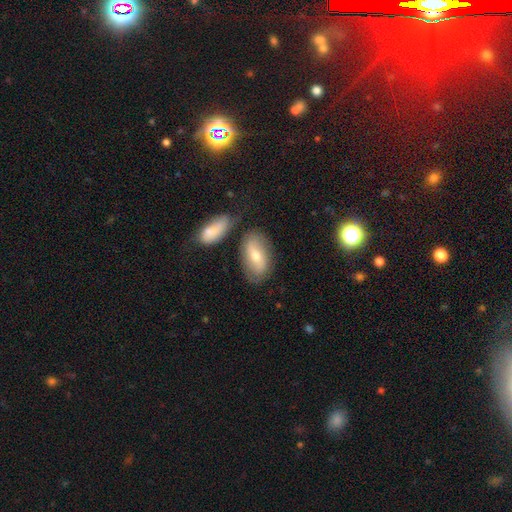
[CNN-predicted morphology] This is possibly a smooth galaxy (56%). How rounded: clearly in between (90%). Merging: likely none (68%).